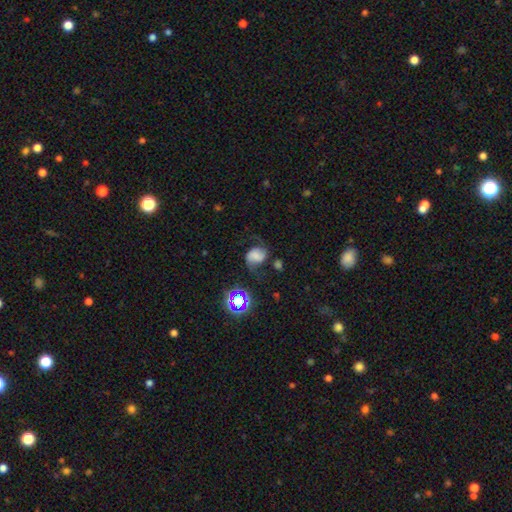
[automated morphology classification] Smooth or featured?
  - featured or disk: 59% *
  - smooth: 26%
  - star or artifact: 15%
Edge-on disk?
  - no: 98% *
  - yes: 2%
Bar?
  - no: 49% *
  - weak: 32%
  - strong: 18%
Spiral arms?
  - yes: 93% *
  - no: 7%
Spiral winding?
  - loose: 58% *
  - medium: 33%
  - tight: 9%
Spiral arm count?
  - 2: 89% *
  - 1: 5%
  - can't tell: 3%
  - 3: 1%
  - 4: 1%
  - more than 4: 1%
Bulge size?
  - none: 41% *
  - small: 18%
  - large: 14%
  - moderate: 14%
  - dominant: 12%
Merging?
  - none: 55% *
  - minor disturbance: 22%
  - major disturbance: 19%
  - merger: 4%